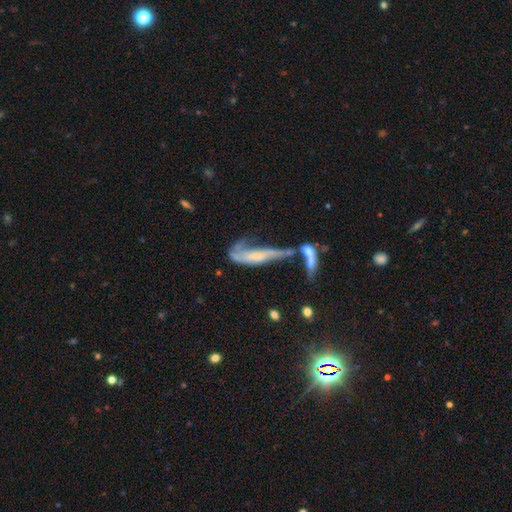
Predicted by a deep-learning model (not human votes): Smooth or featured: featured or disk — 59% (smooth — 30%)
Edge-on disk: no — 72% (yes — 28%)
Merging: merger — 53% (major disturbance — 24%)